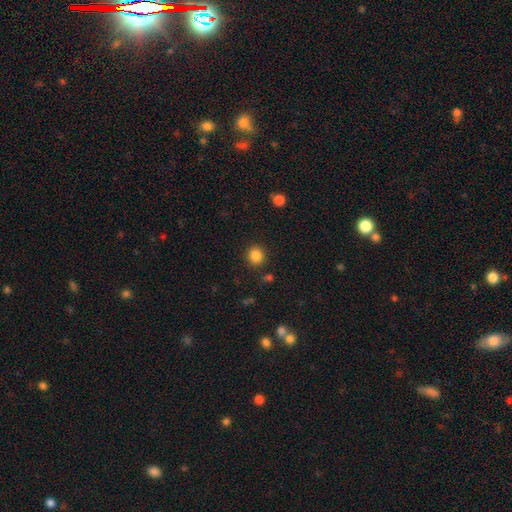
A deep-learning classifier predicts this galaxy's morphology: Overall: smooth (85%). How rounded: round (89%). Merging: none (89%).